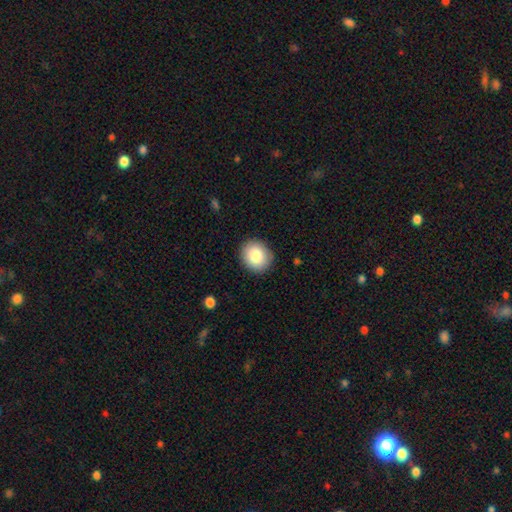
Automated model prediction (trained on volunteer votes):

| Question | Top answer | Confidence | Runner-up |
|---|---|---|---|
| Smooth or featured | smooth | 84% | featured or disk (8%) |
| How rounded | round | 80% | in between (19%) |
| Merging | none | 89% | minor disturbance (8%) |